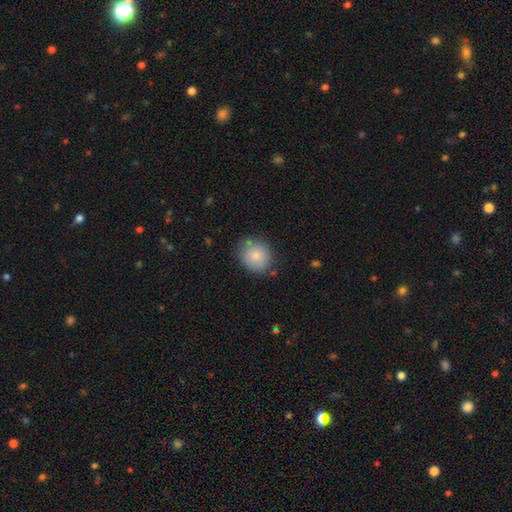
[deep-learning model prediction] A smooth galaxy with no disk features (83%) that is round (64%). Merging: none (75%).